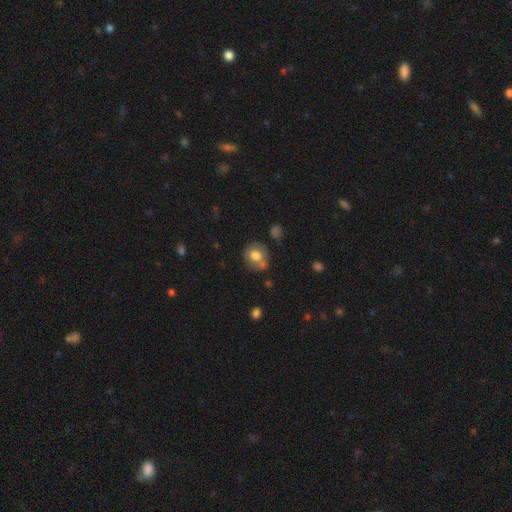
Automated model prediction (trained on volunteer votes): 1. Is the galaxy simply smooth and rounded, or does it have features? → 73% smooth, 18% featured or disk, 9% star or artifact.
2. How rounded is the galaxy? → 78% round, 21% in between, 1% cigar-shaped.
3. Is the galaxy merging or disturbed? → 59% none, 20% minor disturbance, 14% merger, 7% major disturbance.